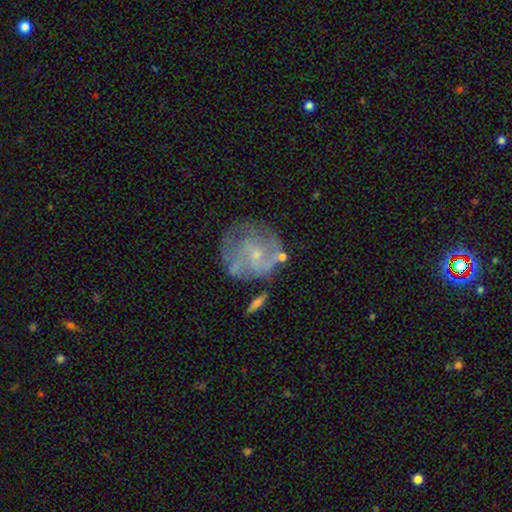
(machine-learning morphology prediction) Overall: featured or disk (65%). Edge-on disk: no (98%). Bar: no (67%; weak 28%). Spiral arms: yes (60%; no 40%). Bulge size: small (71%). Merging: none (50%; minor disturbance 23%).